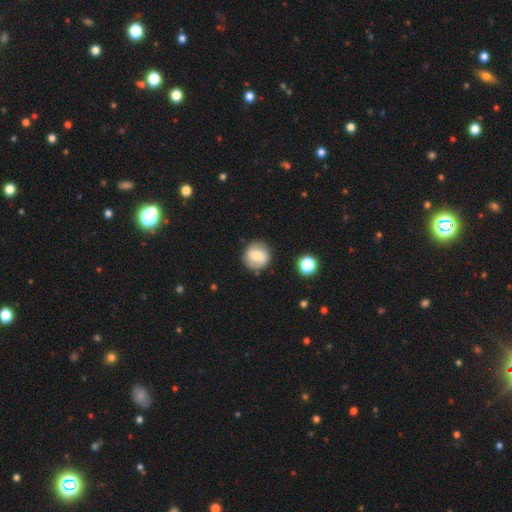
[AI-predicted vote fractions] Smooth or featured: smooth — 63% (featured or disk — 29%)
How rounded: round — 90% (in between — 9%)
Merging: none — 82% (minor disturbance — 12%)